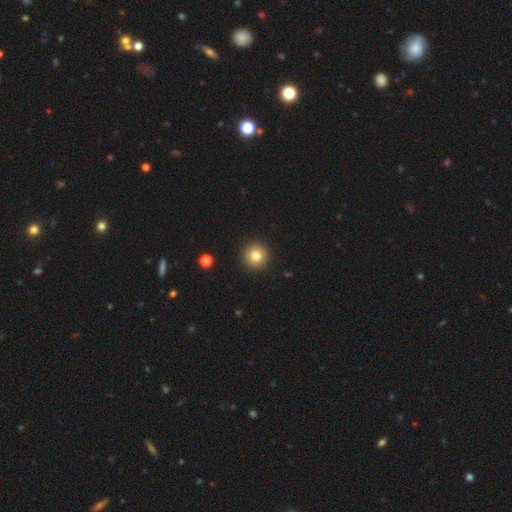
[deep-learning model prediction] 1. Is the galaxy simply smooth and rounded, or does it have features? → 81% smooth, 11% star or artifact, 8% featured or disk.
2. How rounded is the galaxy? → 95% round, 4% in between, 1% cigar-shaped.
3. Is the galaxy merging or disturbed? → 92% none, 5% minor disturbance, 2% major disturbance, 1% merger.